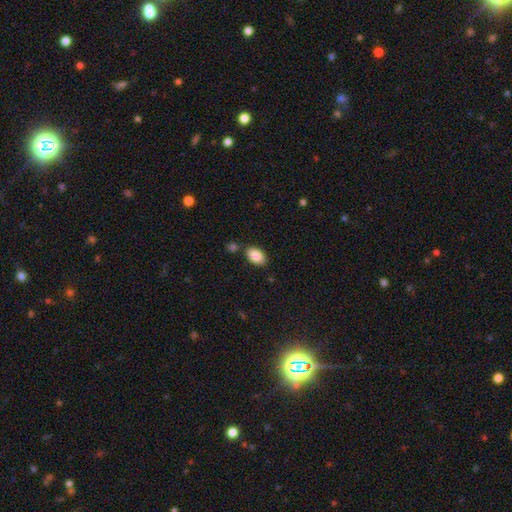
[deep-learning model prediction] Morphology: type=smooth (88%); roundness=in between (91%); merging=none (77%).